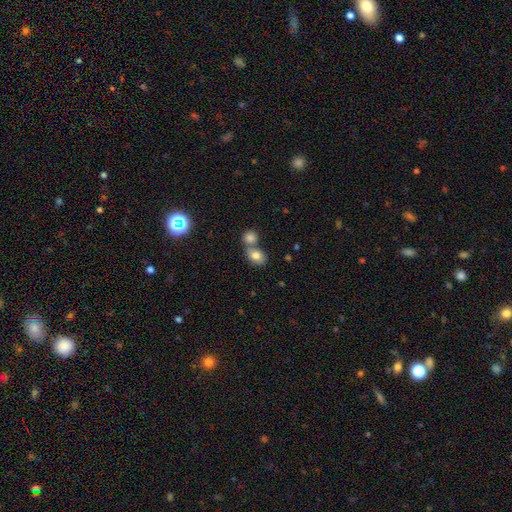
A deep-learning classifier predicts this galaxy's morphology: Smooth or featured?
  - smooth: 78% *
  - featured or disk: 11%
  - star or artifact: 10%
How rounded?
  - in between: 67% *
  - round: 31%
  - cigar-shaped: 1%
Merging?
  - none: 45% *
  - merger: 42%
  - minor disturbance: 10%
  - major disturbance: 3%